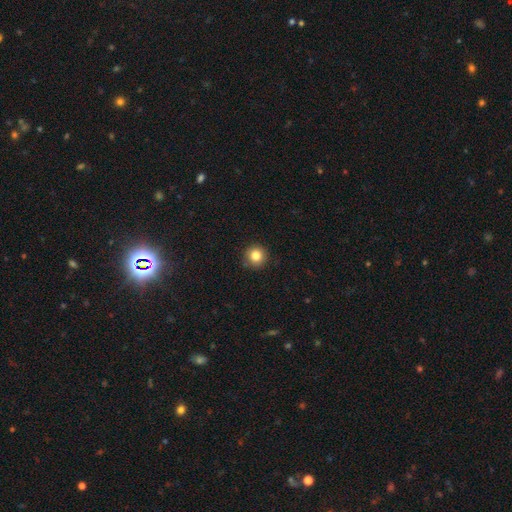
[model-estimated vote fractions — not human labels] Smooth or featured? Predicted: smooth (p=0.84). How rounded? Predicted: round (p=0.95). Merging? Predicted: none (p=0.89).